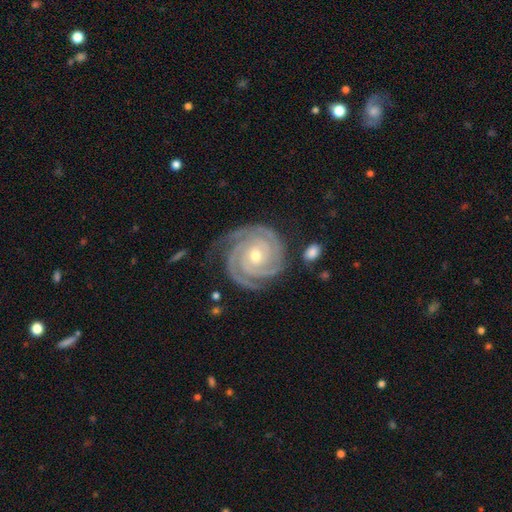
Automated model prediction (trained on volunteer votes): smooth-or-featured: featured or disk: 93% | star or artifact: 4% | smooth: 3%
  disk-edge-on: no: 98% | yes: 2%
    bar: no: 73% | weak: 18% | strong: 9%
    has-spiral-arms: yes: 99% | no: 1%
      spiral-winding: tight: 87% | medium: 12% | loose: 1%
      spiral-arm-count: 3: 37% | 2: 32% | 4: 12% | can't tell: 9% | more than 4: 5% | 1: 5%
    bulge-size: small: 52% | moderate: 46% | large: 1% | none: 1% | dominant: 1%
  merging: none: 78% | minor disturbance: 16% | major disturbance: 5% | merger: 2%